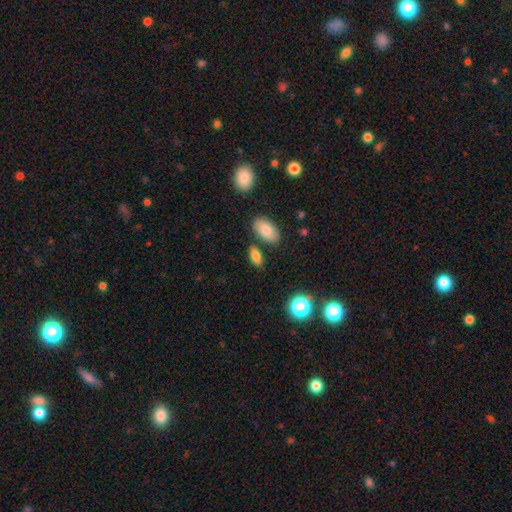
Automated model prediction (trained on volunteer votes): Morphology: type=smooth (82%); roundness=in between (89%); merging=none (77%).